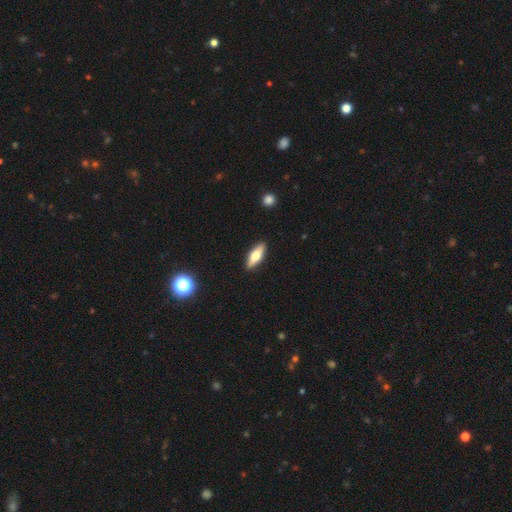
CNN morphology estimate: smooth 63%, featured or disk 31%, star or artifact 6%. Down the decision tree: how rounded — in between (59%); merging — none (90%).